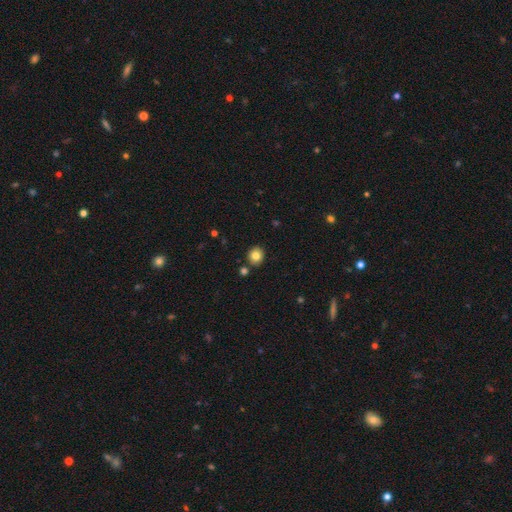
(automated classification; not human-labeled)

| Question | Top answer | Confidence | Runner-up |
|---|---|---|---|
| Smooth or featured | smooth | 81% | star or artifact (11%) |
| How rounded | round | 78% | in between (21%) |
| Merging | none | 84% | minor disturbance (8%) |